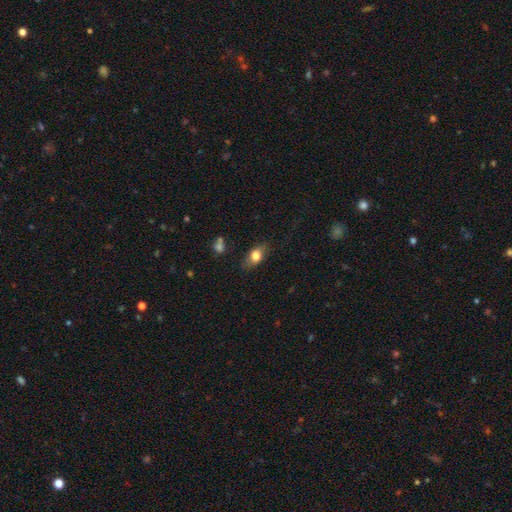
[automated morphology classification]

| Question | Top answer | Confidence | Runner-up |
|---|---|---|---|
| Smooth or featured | smooth | 76% | featured or disk (15%) |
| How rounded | in between | 78% | round (15%) |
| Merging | none | 76% | minor disturbance (17%) |